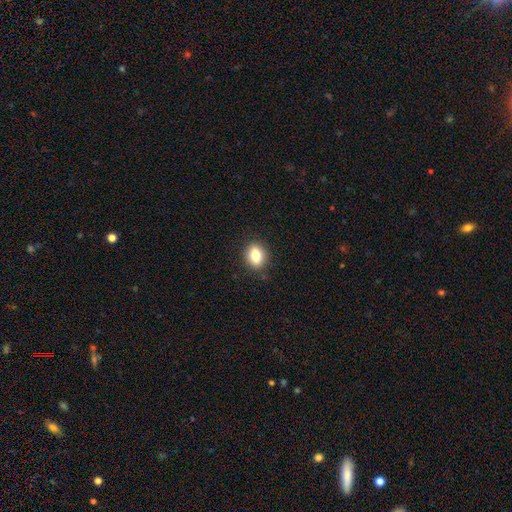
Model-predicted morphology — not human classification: Q: Smooth or featured?
A: smooth (81%); runner-up: featured or disk (10%)
Q: How rounded?
A: in between (63%); runner-up: round (35%)
Q: Merging?
A: none (87%); runner-up: minor disturbance (10%)